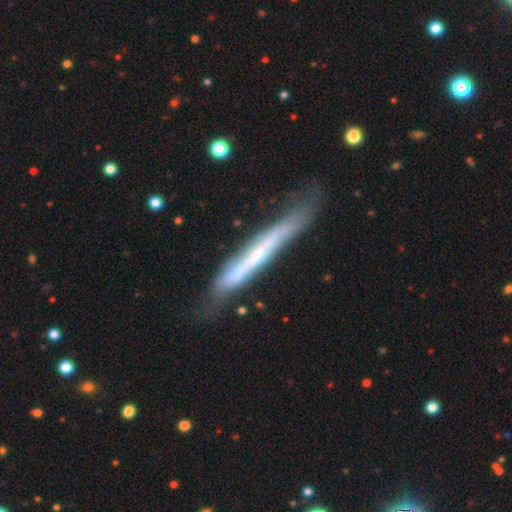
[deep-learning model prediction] Smooth or featured? Predicted: featured or disk (p=0.62). Edge-on disk? Predicted: yes (p=0.81). Merging? Predicted: none (p=0.66).